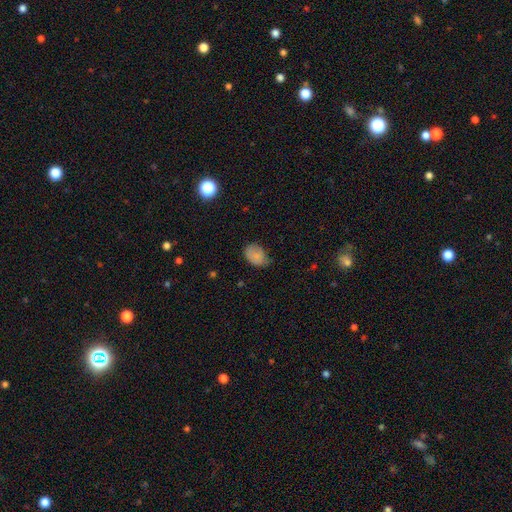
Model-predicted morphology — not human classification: Smooth or featured? smooth (80%)
How rounded? in between (77%)
Merging? none (48%)